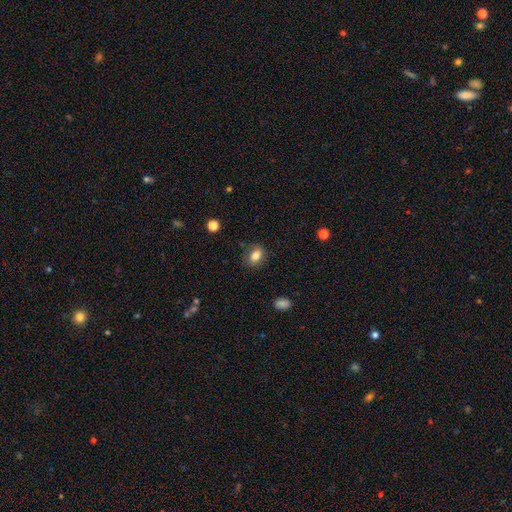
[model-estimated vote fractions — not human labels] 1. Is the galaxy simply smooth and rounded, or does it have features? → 82% smooth, 9% star or artifact, 8% featured or disk.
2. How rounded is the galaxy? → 70% in between, 29% round, 1% cigar-shaped.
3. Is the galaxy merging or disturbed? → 80% none, 14% minor disturbance, 4% major disturbance, 2% merger.